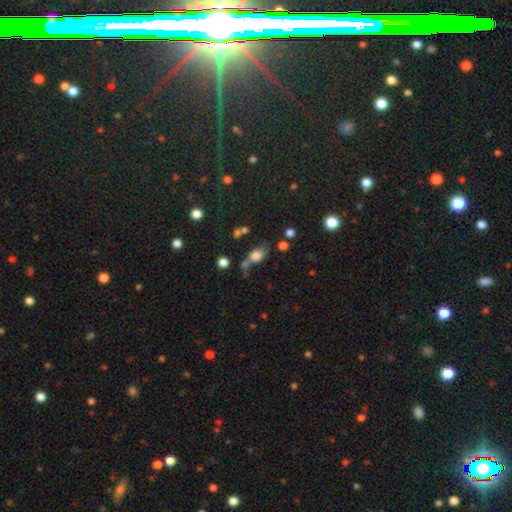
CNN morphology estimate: This appears to be a smooth galaxy with no disk features (78%) that is in between round and cigar-shaped (76%). Merging: none (50%).